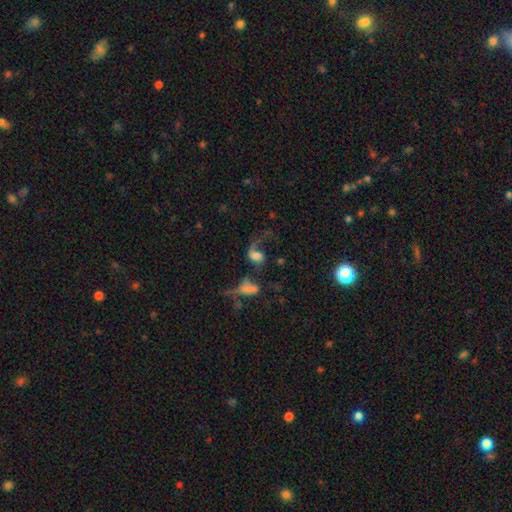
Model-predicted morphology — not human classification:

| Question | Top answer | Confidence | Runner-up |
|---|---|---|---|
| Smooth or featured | featured or disk | 51% | smooth (35%) |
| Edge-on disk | no | 95% | yes (5%) |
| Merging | major disturbance | 36% | merger (33%) |